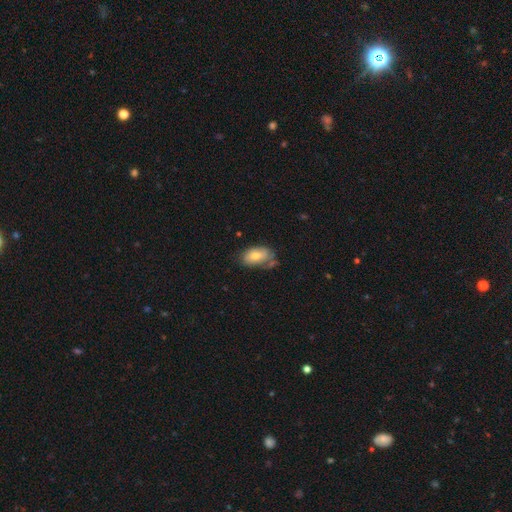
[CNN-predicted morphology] Smooth or featured? smooth (72%)
How rounded? in between (92%)
Merging? none (54%)